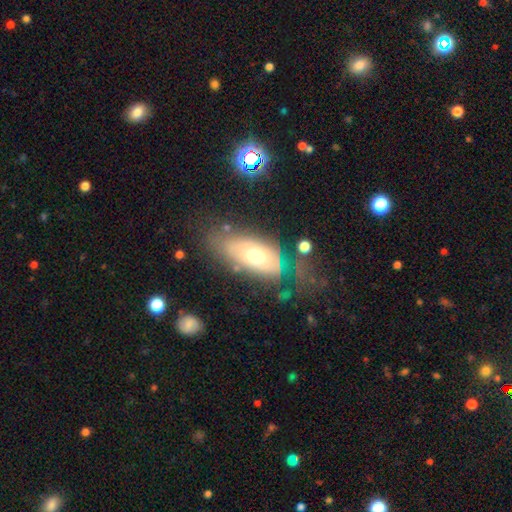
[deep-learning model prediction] The model was most divided on "smooth or featured": smooth: 52%, featured or disk: 39%, star or artifact: 9%. Remaining: how rounded — in between (86%); merging — none (43%).